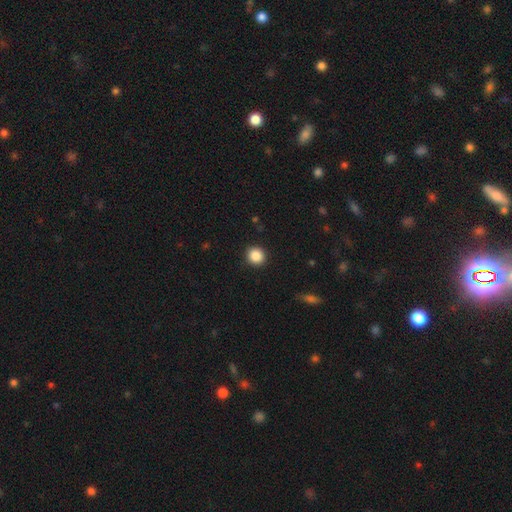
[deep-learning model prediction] A smooth galaxy with no disk features (87%) that is round (90%). Merging: none (91%).